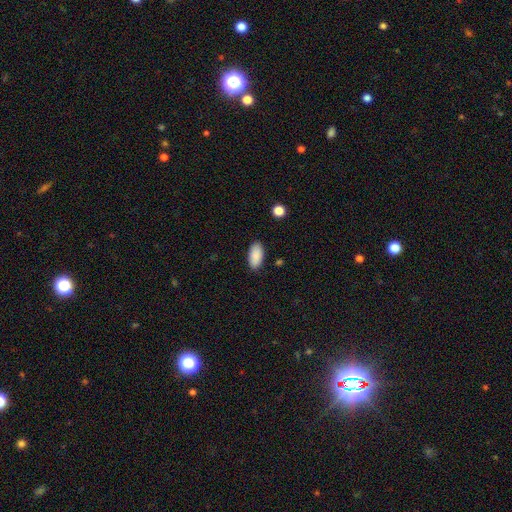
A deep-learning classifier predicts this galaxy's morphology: Smooth or featured? smooth (89%)
How rounded? in between (94%)
Merging? none (87%)